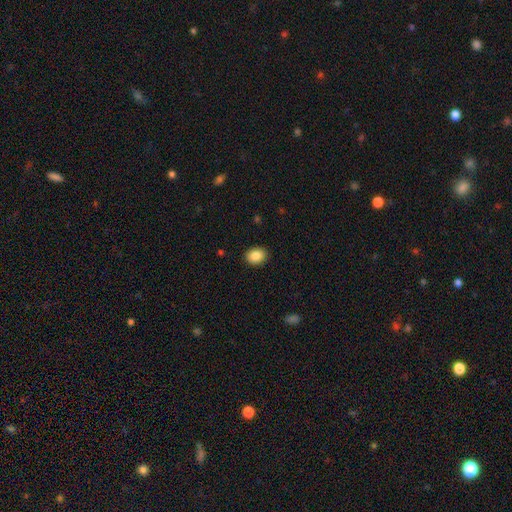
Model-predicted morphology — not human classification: A smooth galaxy with no disk features (87%) that is in between round and cigar-shaped (62%). Merging: none (90%).